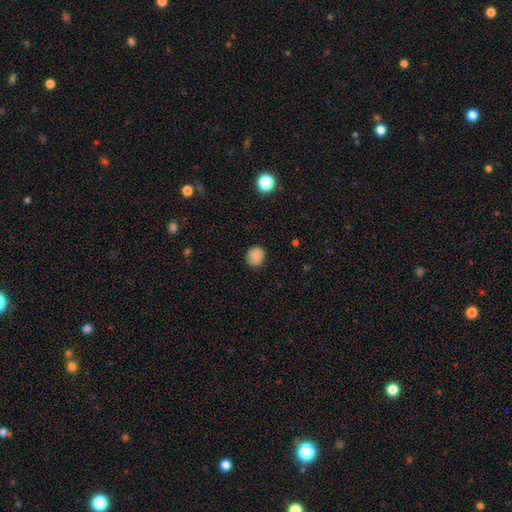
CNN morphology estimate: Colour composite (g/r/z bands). It shows a smooth galaxy with no disk features (86%) that is round (79%). Merging: none (87%).